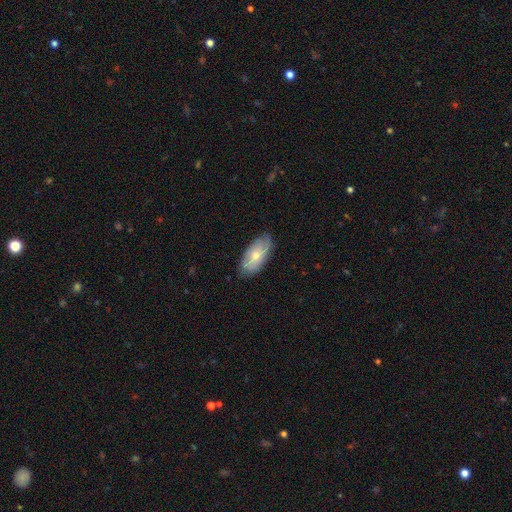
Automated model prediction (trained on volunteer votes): Smooth or featured?
  - smooth: 60% *
  - featured or disk: 34%
  - star or artifact: 6%
How rounded?
  - in between: 91% *
  - cigar-shaped: 6%
  - round: 3%
Merging?
  - none: 75% *
  - minor disturbance: 20%
  - major disturbance: 4%
  - merger: 1%